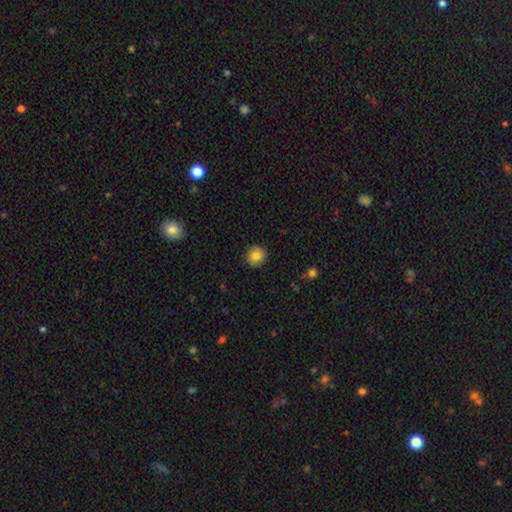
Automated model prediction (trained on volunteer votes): smooth 82%, featured or disk 9%, star or artifact 9%. Down the decision tree: how rounded — round (89%); merging — none (88%).